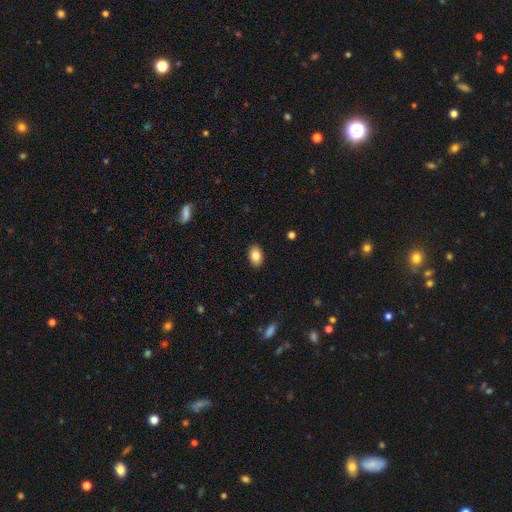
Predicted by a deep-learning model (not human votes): A smooth galaxy with no disk features (83%) that is in between round and cigar-shaped (87%).

Vote fractions:
- Smooth or featured? smooth: 83% / featured or disk: 9% / star or artifact: 8%
- How rounded? in between: 87% / round: 12% / cigar-shaped: 1%
- Merging? none: 89% / minor disturbance: 8% / major disturbance: 2% / merger: 1%